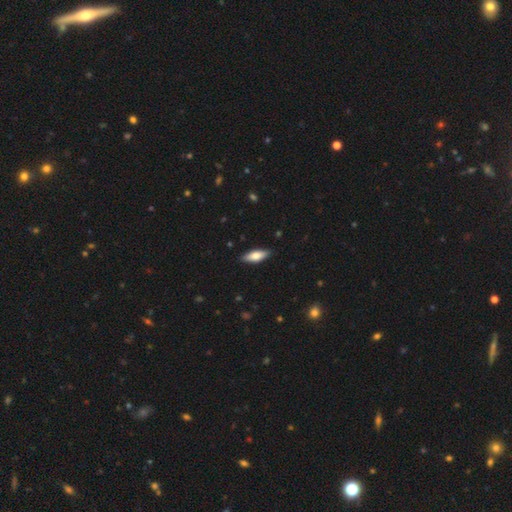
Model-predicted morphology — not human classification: This appears to be a smooth galaxy with no disk features (70%) that is in between round and cigar-shaped (64%). Merging: none (88%).